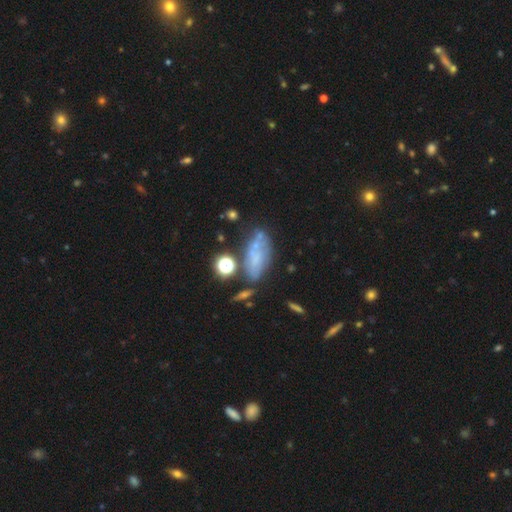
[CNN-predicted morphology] A smooth galaxy with no disk features (42%).

Vote fractions:
- Smooth or featured? smooth: 42% / featured or disk: 40% / star or artifact: 17%
- Merging? none: 44% / minor disturbance: 25% / merger: 16% / major disturbance: 15%